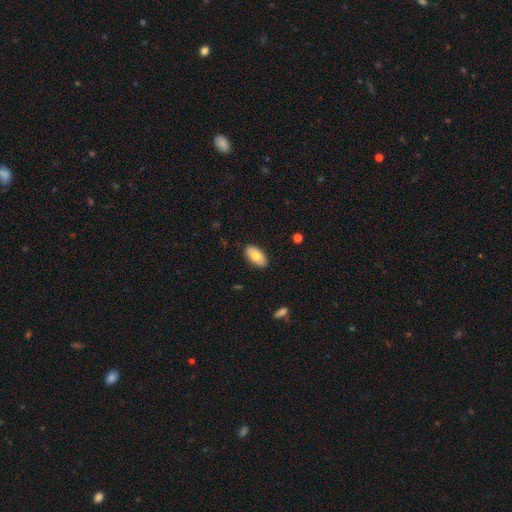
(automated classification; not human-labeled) Smooth or featured?
  - smooth: 73% *
  - featured or disk: 21%
  - star or artifact: 6%
How rounded?
  - in between: 94% *
  - round: 3%
  - cigar-shaped: 3%
Merging?
  - none: 86% *
  - minor disturbance: 11%
  - major disturbance: 2%
  - merger: 1%